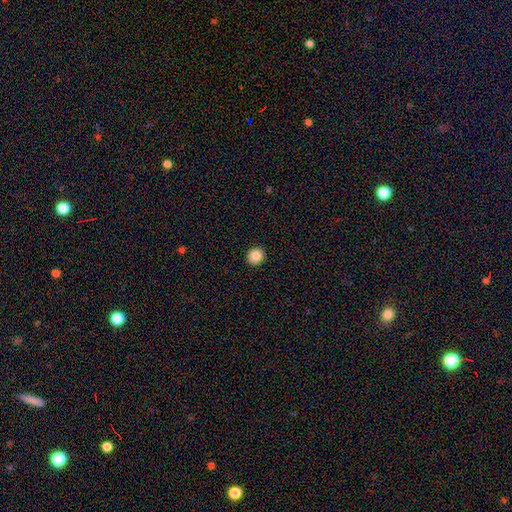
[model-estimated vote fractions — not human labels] smooth_or_featured: smooth (p=0.86) [alt: star or artifact p=0.09]
how_rounded: round (p=0.90) [alt: in between p=0.09]
merging: none (p=0.92) [alt: minor disturbance p=0.05]